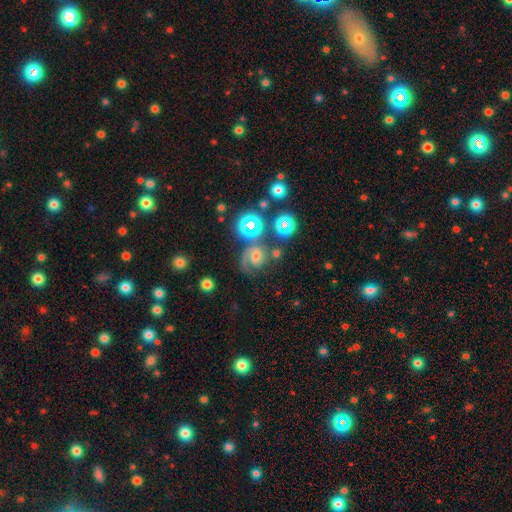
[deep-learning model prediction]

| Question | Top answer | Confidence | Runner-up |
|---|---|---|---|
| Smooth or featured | featured or disk | 66% | star or artifact (18%) |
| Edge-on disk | no | 97% | yes (3%) |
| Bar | no | 50% | weak (37%) |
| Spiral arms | yes | 93% | no (7%) |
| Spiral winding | medium | 47% | tight (37%) |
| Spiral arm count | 2 | 43% | 1 (42%) |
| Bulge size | moderate | 53% | small (32%) |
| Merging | none | 50% | major disturbance (19%) |